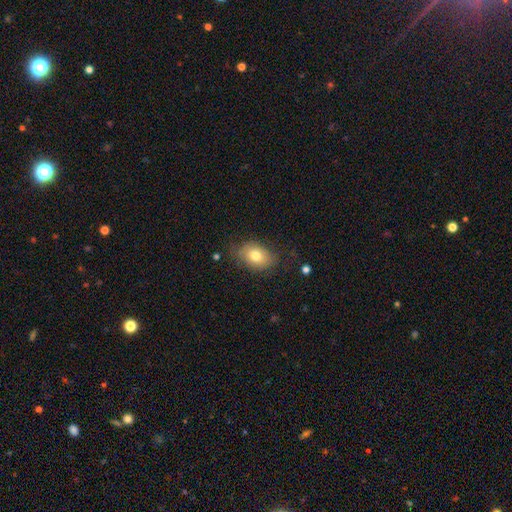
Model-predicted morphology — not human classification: The model was most divided on "merging": none: 72%, minor disturbance: 21%, major disturbance: 6%, merger: 1%. More confident: how rounded — in between (79%); smooth or featured — smooth (77%).